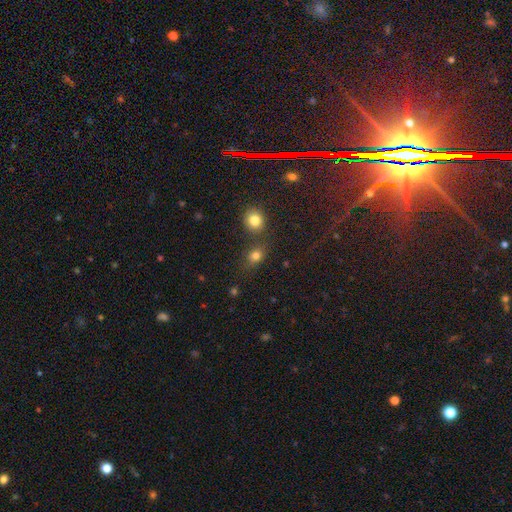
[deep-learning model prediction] Smooth or featured?
  - smooth: 78% *
  - star or artifact: 15%
  - featured or disk: 7%
How rounded?
  - round: 56% *
  - in between: 42%
  - cigar-shaped: 2%
Merging?
  - none: 68% *
  - merger: 16%
  - minor disturbance: 11%
  - major disturbance: 5%